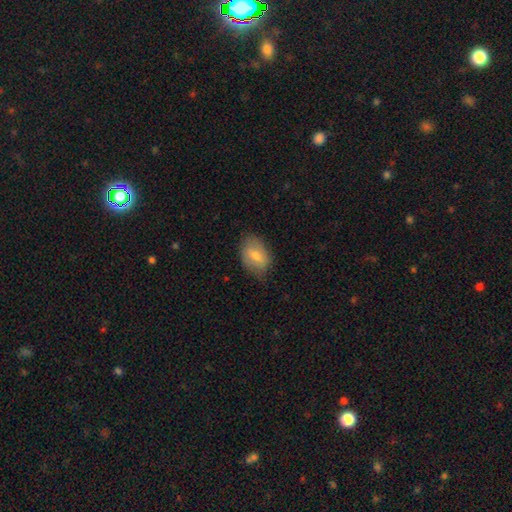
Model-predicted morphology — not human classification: A smooth galaxy with no disk features (70%) that is in between round and cigar-shaped (81%). Merging: none (76%).